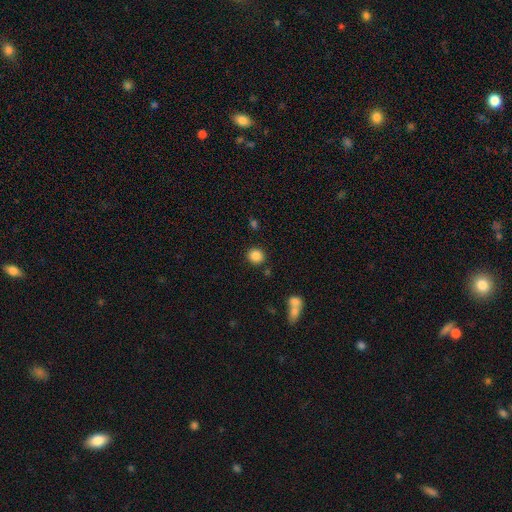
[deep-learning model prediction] smooth-or-featured: smooth: 86% | star or artifact: 10% | featured or disk: 4%
  how-rounded: round: 85% | in between: 14% | cigar-shaped: 1%
  merging: none: 86% | minor disturbance: 7% | merger: 4% | major disturbance: 3%